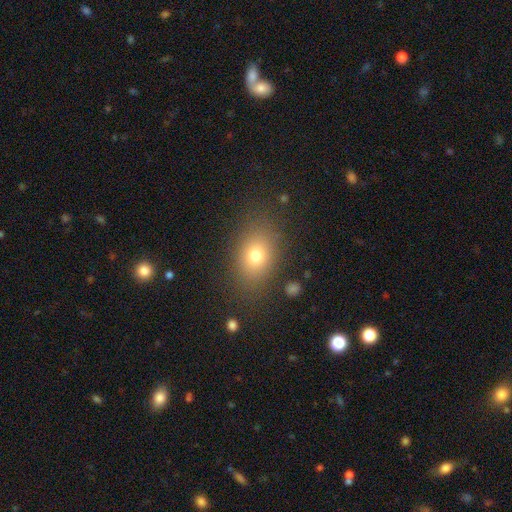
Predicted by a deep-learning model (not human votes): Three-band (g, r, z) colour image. It shows a smooth galaxy with no disk features (74%) that is in between round and cigar-shaped (71%). Merging: none (83%).